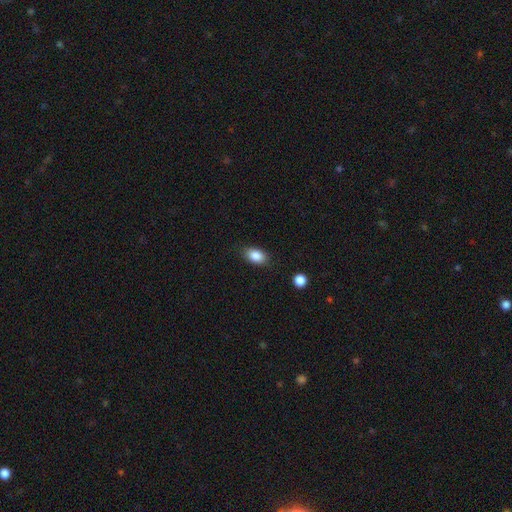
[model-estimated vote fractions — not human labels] A smooth galaxy with no disk features (87%) that is in between round and cigar-shaped (87%).

Vote fractions:
- Smooth or featured? smooth: 87% / star or artifact: 8% / featured or disk: 5%
- How rounded? in between: 87% / round: 11% / cigar-shaped: 2%
- Merging? none: 83% / minor disturbance: 12% / major disturbance: 3% / merger: 1%